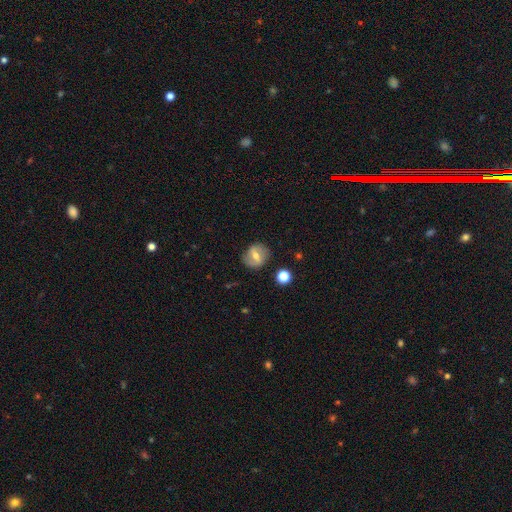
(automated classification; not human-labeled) Overall: featured or disk (53%; smooth 38%). Edge-on disk: no (94%). Bar: strong (46%; weak 40%). Spiral arms: yes (57%; no 43%). Bulge size: moderate (62%; small 30%). Merging: none (81%).